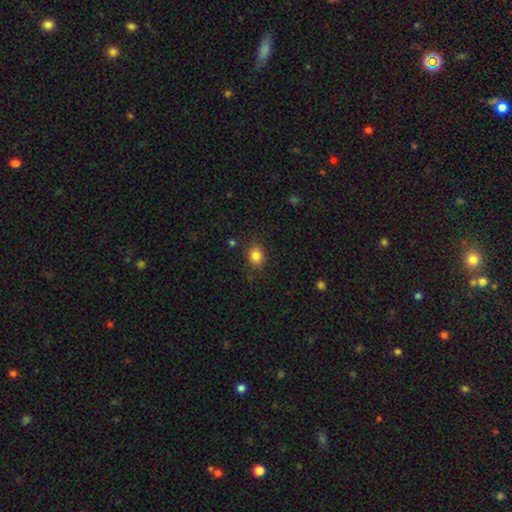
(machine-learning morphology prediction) smooth_or_featured: smooth (p=0.84) [alt: star or artifact p=0.11]
how_rounded: round (p=0.62) [alt: in between p=0.37]
merging: none (p=0.84) [alt: minor disturbance p=0.11]